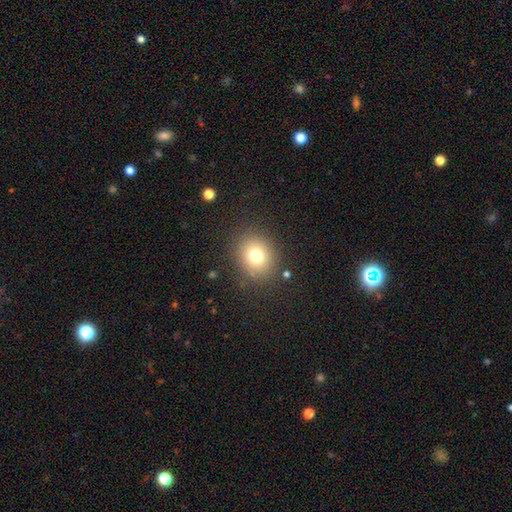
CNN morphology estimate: Smooth or featured? Predicted: smooth (p=0.75). How rounded? Predicted: round (p=0.75). Merging? Predicted: none (p=0.86).